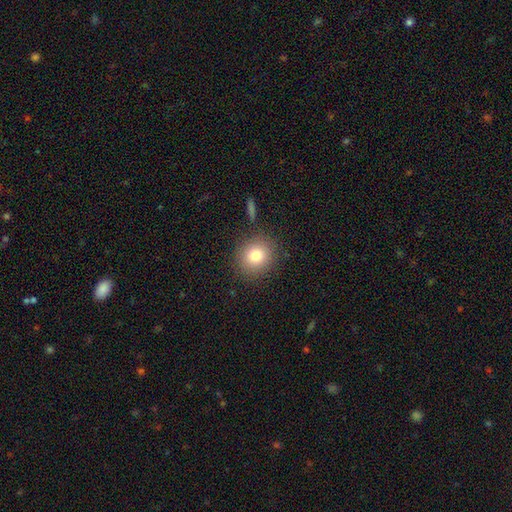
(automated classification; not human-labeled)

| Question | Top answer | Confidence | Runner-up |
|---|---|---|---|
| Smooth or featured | smooth | 80% | star or artifact (11%) |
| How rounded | round | 85% | in between (14%) |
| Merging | none | 86% | minor disturbance (8%) |